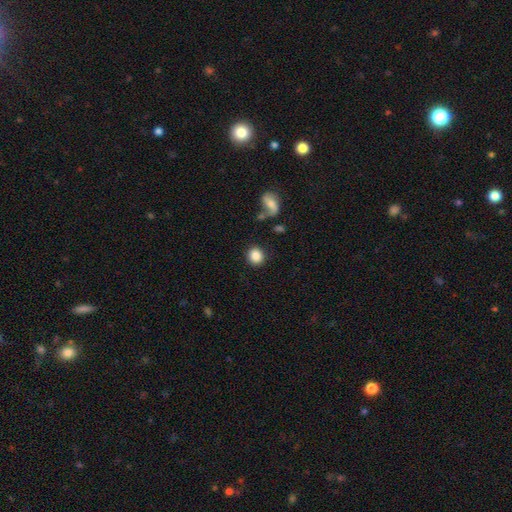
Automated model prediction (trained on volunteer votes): A smooth galaxy with no disk features (86%) that is round (86%).

Vote fractions:
- Smooth or featured? smooth: 86% / star or artifact: 8% / featured or disk: 6%
- How rounded? round: 86% / in between: 13% / cigar-shaped: 1%
- Merging? none: 84% / minor disturbance: 8% / merger: 4% / major disturbance: 4%